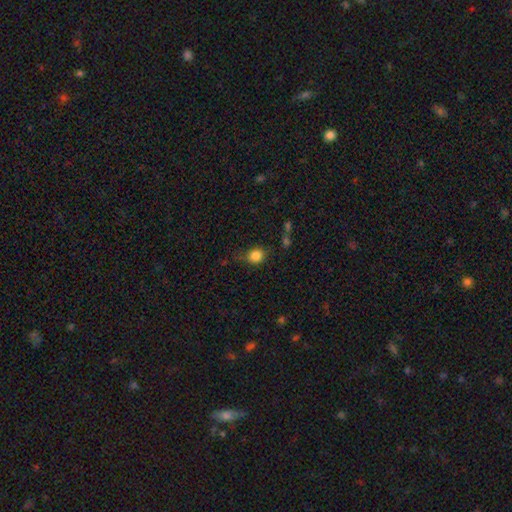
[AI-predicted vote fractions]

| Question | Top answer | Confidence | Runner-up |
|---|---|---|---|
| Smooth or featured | smooth | 84% | star or artifact (11%) |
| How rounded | round | 74% | in between (25%) |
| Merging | none | 69% | minor disturbance (21%) |